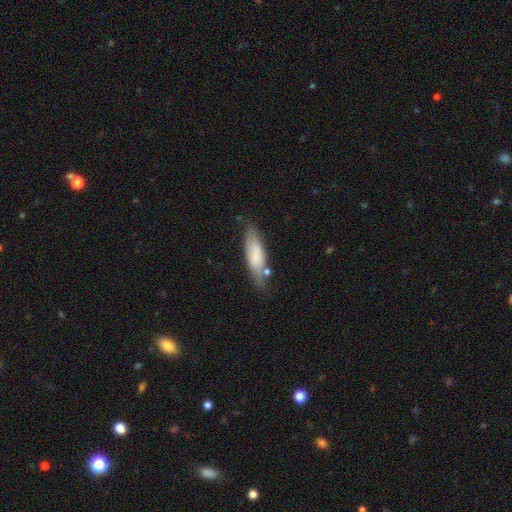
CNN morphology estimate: smooth 69%, featured or disk 24%, star or artifact 6%. Down the decision tree: how rounded — cigar-shaped (55%); merging — none (69%).